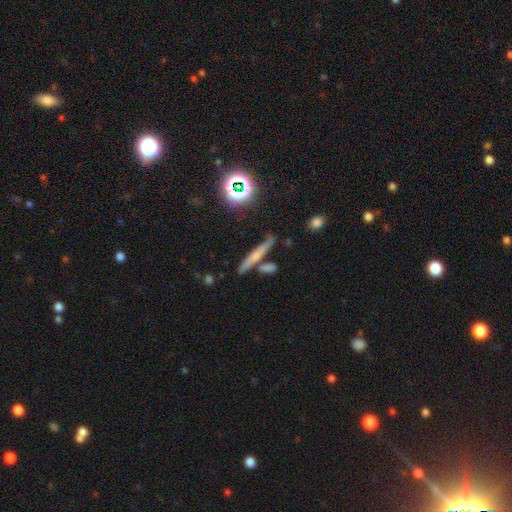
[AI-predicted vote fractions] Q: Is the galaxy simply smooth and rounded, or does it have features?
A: smooth — 46%.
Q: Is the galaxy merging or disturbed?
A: none — 70%.